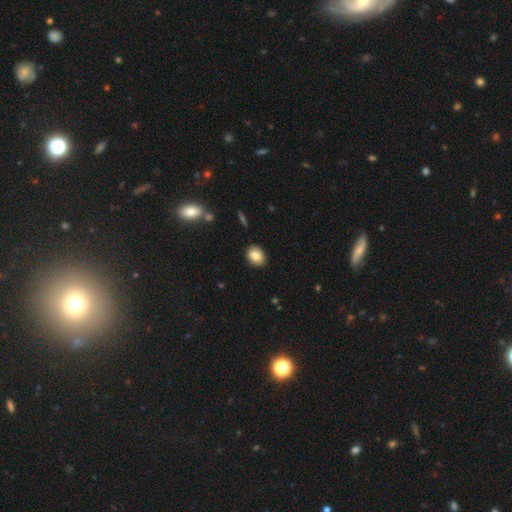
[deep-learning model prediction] Overall: smooth (84%). How rounded: in between (63%; round 36%). Merging: none (88%).